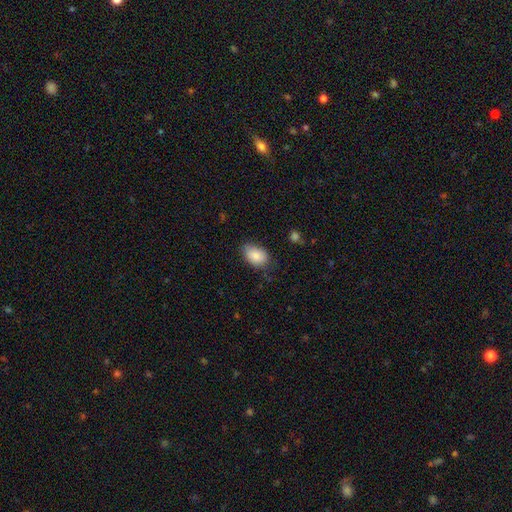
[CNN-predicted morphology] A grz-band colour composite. It shows a smooth galaxy with no disk features (86%) that is in between round and cigar-shaped (88%). Merging: none (70%).